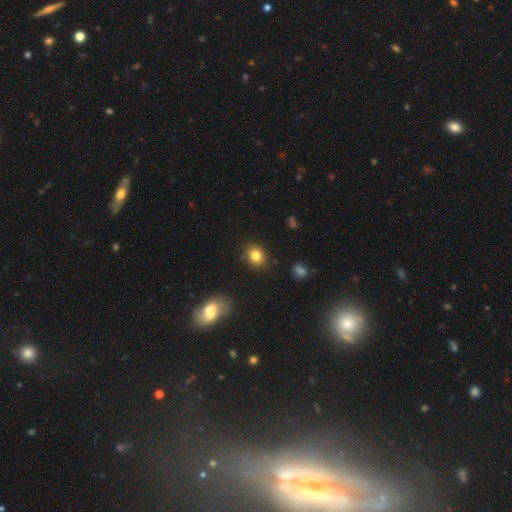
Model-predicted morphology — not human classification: smooth 82%, star or artifact 10%, featured or disk 7%. Down the decision tree: how rounded — round (53%); merging — none (86%).